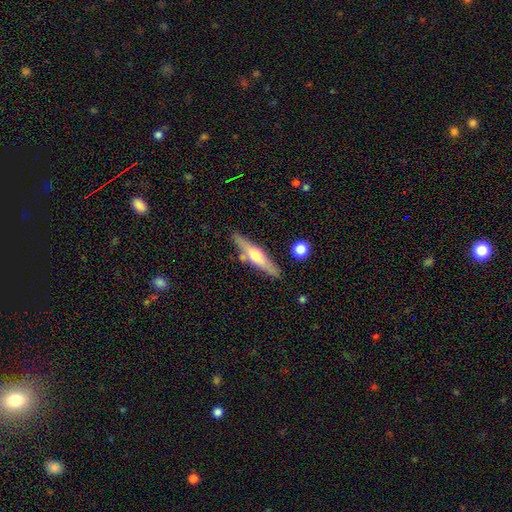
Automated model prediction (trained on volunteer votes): A featured or disk galaxy (62%) viewed edge-on (95%) with a rounded central bulge (89%). Merging: none (81%).